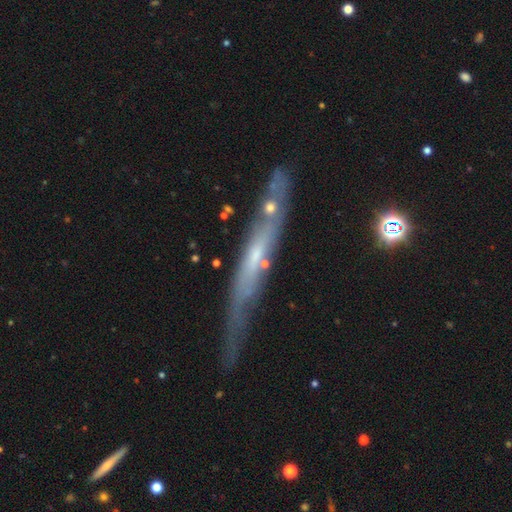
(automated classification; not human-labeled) Smooth or featured? featured or disk (68%)
Edge-on disk? yes (76%)
Edge-on bulge? none (71%)
Merging? none (62%)